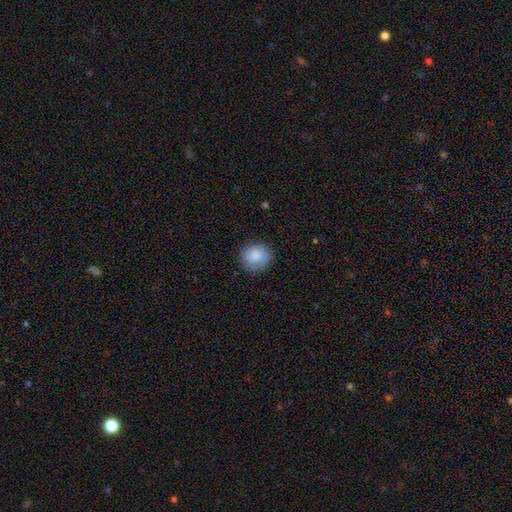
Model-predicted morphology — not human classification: Smooth or featured: smooth — 85% (featured or disk — 8%)
How rounded: round — 87% (in between — 13%)
Merging: none — 83% (minor disturbance — 12%)